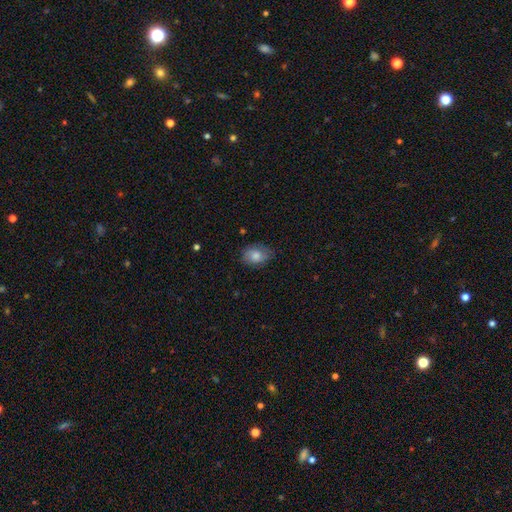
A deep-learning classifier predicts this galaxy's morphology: Q: Smooth or featured?
A: smooth (77%); runner-up: featured or disk (16%)
Q: How rounded?
A: in between (74%); runner-up: round (25%)
Q: Merging?
A: none (75%); runner-up: minor disturbance (20%)